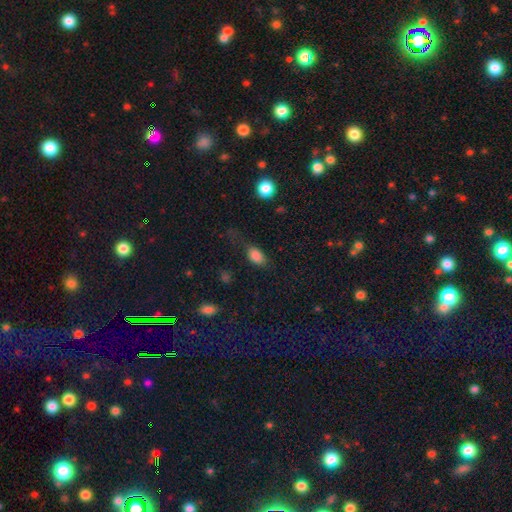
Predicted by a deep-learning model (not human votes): This is clearly a smooth galaxy (82%). How rounded: clearly in between (88%). Merging: possibly none (54%).